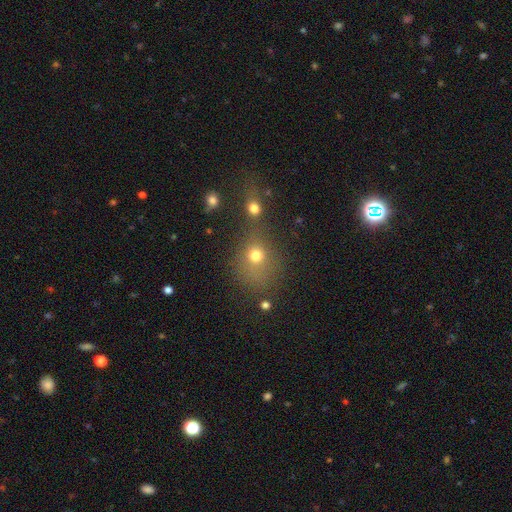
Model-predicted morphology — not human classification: A smooth galaxy with no disk features (70%) that is round (69%).

Vote fractions:
- Smooth or featured? smooth: 70% / star or artifact: 19% / featured or disk: 11%
- How rounded? round: 69% / in between: 29% / cigar-shaped: 1%
- Merging? none: 49% / merger: 31% / minor disturbance: 12% / major disturbance: 9%